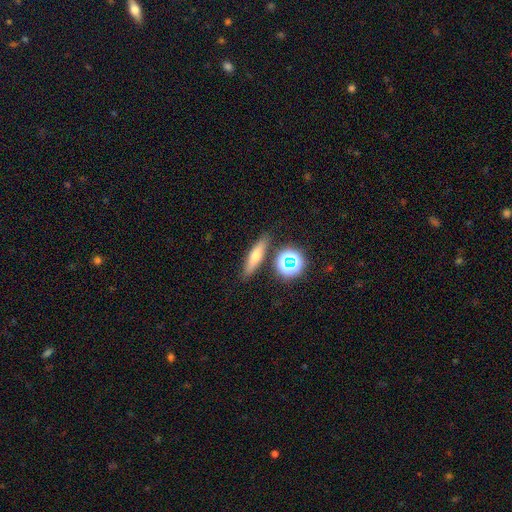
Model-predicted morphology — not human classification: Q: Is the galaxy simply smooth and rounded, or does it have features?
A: smooth — 55%.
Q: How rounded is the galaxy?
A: cigar-shaped — 63%.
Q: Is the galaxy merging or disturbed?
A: none — 83%.